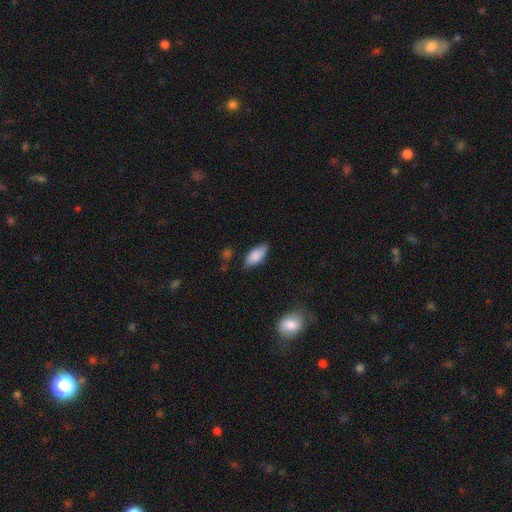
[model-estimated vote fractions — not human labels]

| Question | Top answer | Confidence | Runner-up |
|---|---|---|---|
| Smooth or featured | smooth | 86% | featured or disk (7%) |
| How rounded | in between | 86% | cigar-shaped (12%) |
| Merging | none | 75% | minor disturbance (19%) |